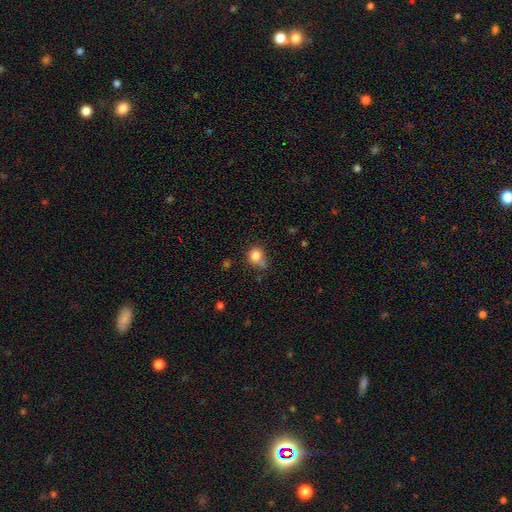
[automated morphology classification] A smooth galaxy with no disk features (82%) that is round (69%).

Vote fractions:
- Smooth or featured? smooth: 82% / star or artifact: 11% / featured or disk: 7%
- How rounded? round: 69% / in between: 30% / cigar-shaped: 1%
- Merging? none: 48% / minor disturbance: 30% / major disturbance: 11% / merger: 11%